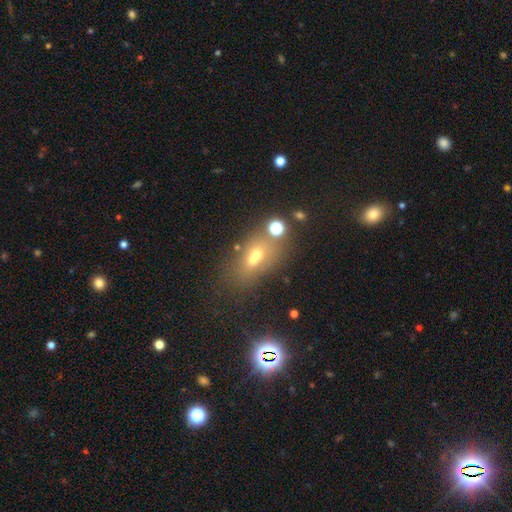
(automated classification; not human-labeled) Morphology: type=smooth (48%); merging=none (59%).